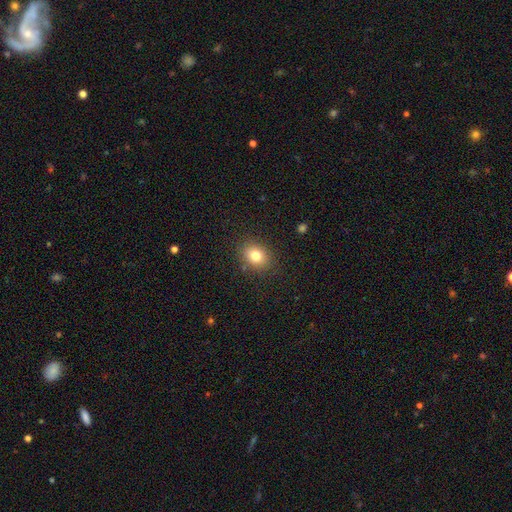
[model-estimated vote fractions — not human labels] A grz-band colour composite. It shows a smooth galaxy with no disk features (79%) that is in between round and cigar-shaped (50%). Merging: none (86%).